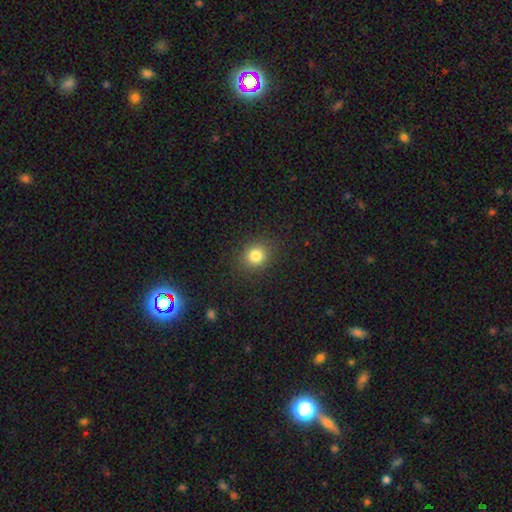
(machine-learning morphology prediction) A smooth galaxy with no disk features (82%) that is round (80%). Merging: none (89%).